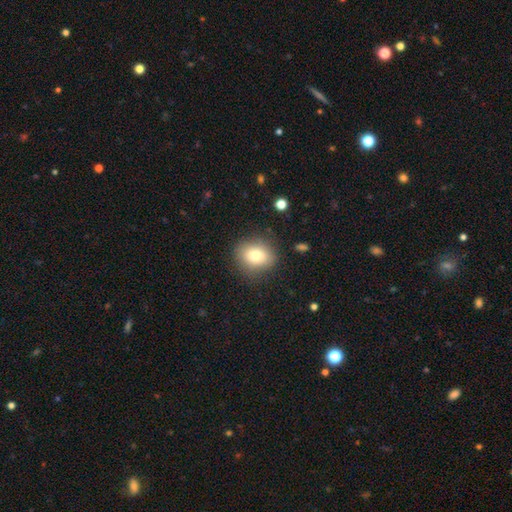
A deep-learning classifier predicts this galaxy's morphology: A smooth galaxy with no disk features (78%) that is round (60%).

Vote fractions:
- Smooth or featured? smooth: 78% / featured or disk: 12% / star or artifact: 10%
- How rounded? round: 60% / in between: 39% / cigar-shaped: 1%
- Merging? none: 84% / minor disturbance: 11% / major disturbance: 4% / merger: 1%